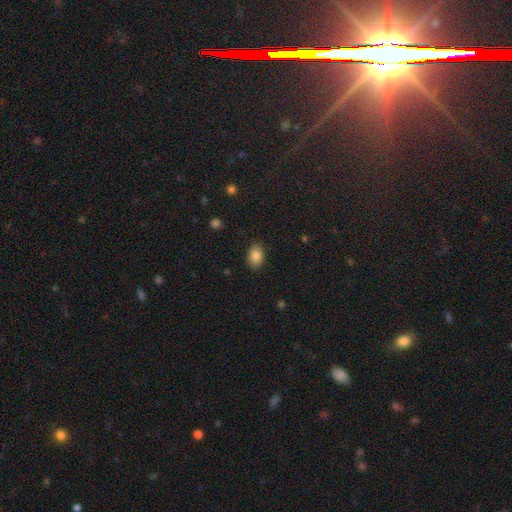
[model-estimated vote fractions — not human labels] Smooth or featured? smooth (86%)
How rounded? in between (84%)
Merging? none (85%)